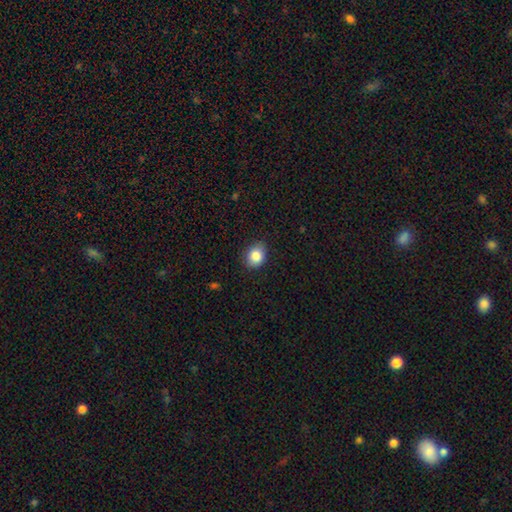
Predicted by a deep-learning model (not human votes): Smooth or featured? smooth (85%)
How rounded? round (51%)
Merging? none (82%)